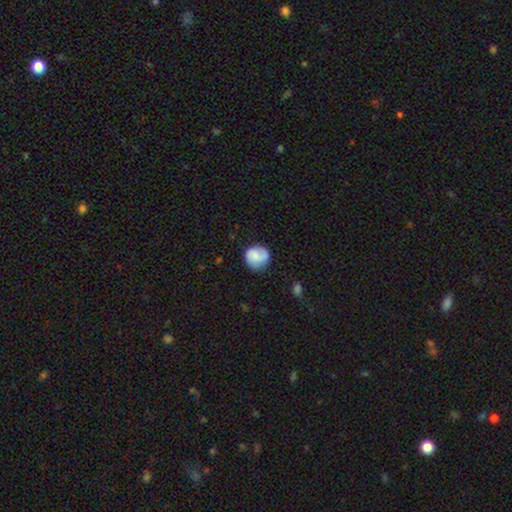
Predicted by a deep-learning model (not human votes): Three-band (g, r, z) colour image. It shows a smooth galaxy with no disk features (59%) that is round (86%). Merging: none (75%).